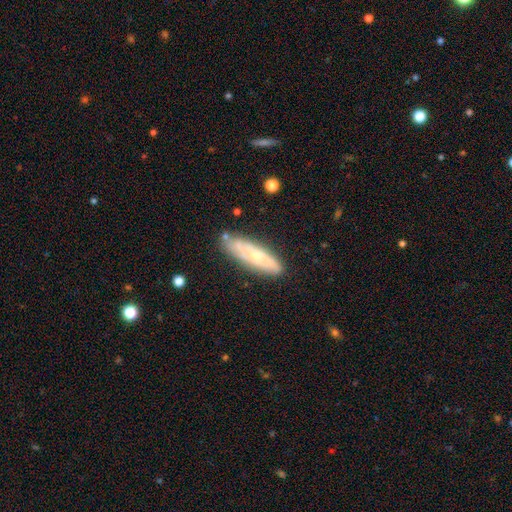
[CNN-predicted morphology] featured or disk 49%, smooth 44%, star or artifact 7%. Down the decision tree: merging — none (74%).